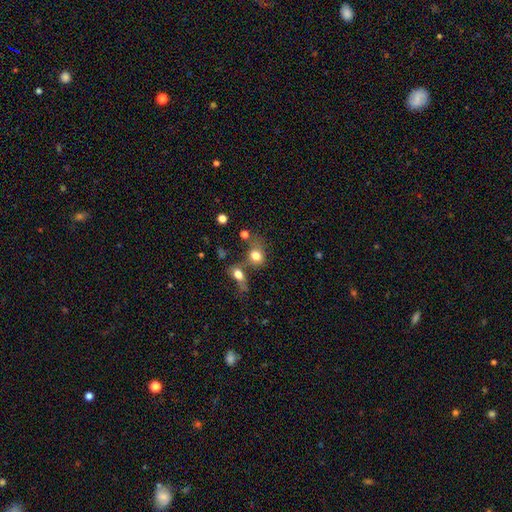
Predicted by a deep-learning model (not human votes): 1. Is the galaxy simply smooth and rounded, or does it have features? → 78% smooth, 11% star or artifact, 11% featured or disk.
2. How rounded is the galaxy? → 50% round, 48% in between, 2% cigar-shaped.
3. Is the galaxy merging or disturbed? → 38% none, 36% merger, 15% minor disturbance, 11% major disturbance.